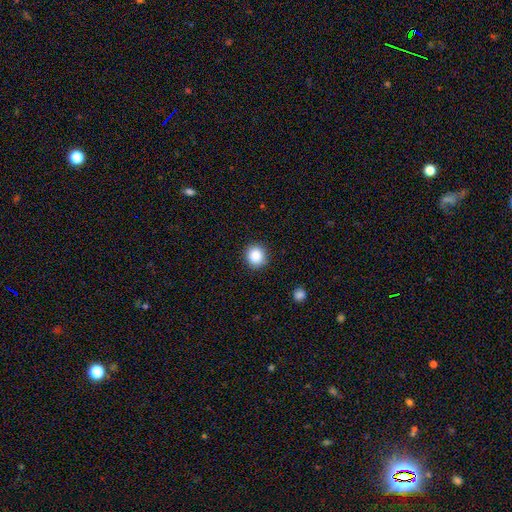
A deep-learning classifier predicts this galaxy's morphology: Q: Smooth or featured?
A: smooth (87%); runner-up: star or artifact (9%)
Q: How rounded?
A: round (88%); runner-up: in between (11%)
Q: Merging?
A: none (89%); runner-up: minor disturbance (8%)